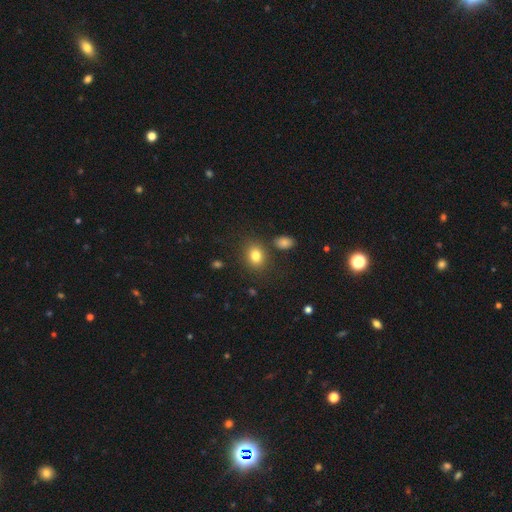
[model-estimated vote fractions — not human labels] A smooth galaxy with no disk features (81%) that is round (51%).

Vote fractions:
- Smooth or featured? smooth: 81% / star or artifact: 11% / featured or disk: 8%
- How rounded? round: 51% / in between: 48% / cigar-shaped: 1%
- Merging? none: 80% / minor disturbance: 10% / merger: 6% / major disturbance: 4%